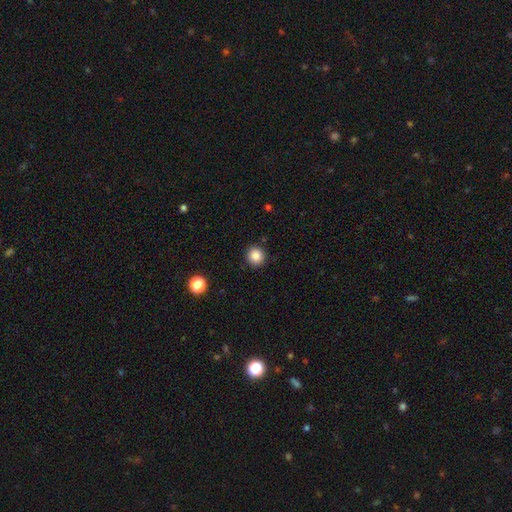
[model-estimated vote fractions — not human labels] This appears to be a smooth galaxy with no disk features (86%) that is round (93%). Merging: none (91%).